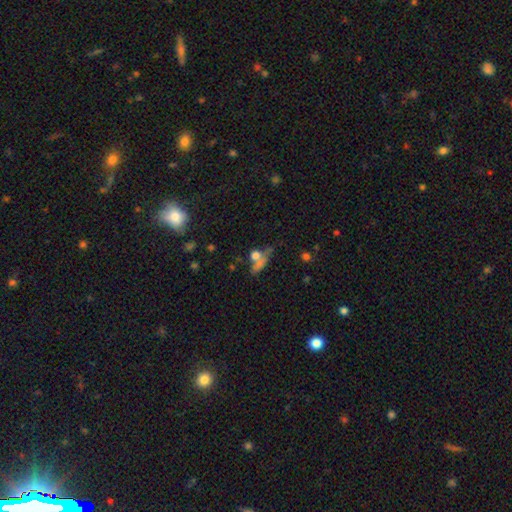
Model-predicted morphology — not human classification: Smooth or featured? smooth (60%)
How rounded? round (42%)
Merging? none (39%)